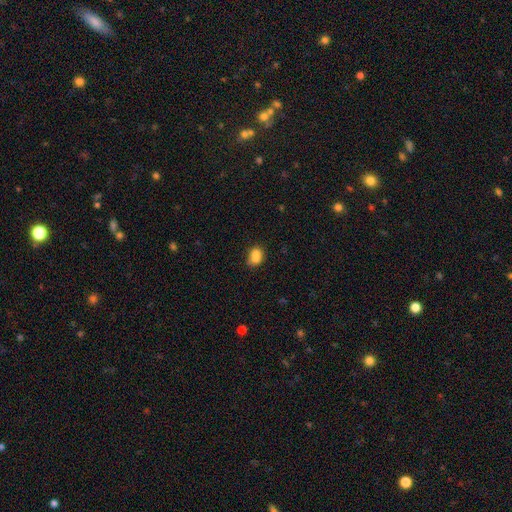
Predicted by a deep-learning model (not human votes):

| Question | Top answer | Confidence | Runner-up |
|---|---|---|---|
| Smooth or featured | smooth | 76% | featured or disk (14%) |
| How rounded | in between | 50% | round (49%) |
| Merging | merger | 40% | none (38%) |